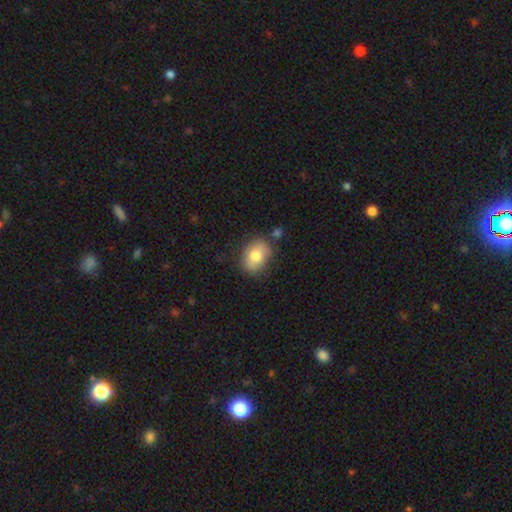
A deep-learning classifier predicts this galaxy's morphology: Smooth or featured? smooth (78%)
How rounded? in between (67%)
Merging? none (70%)